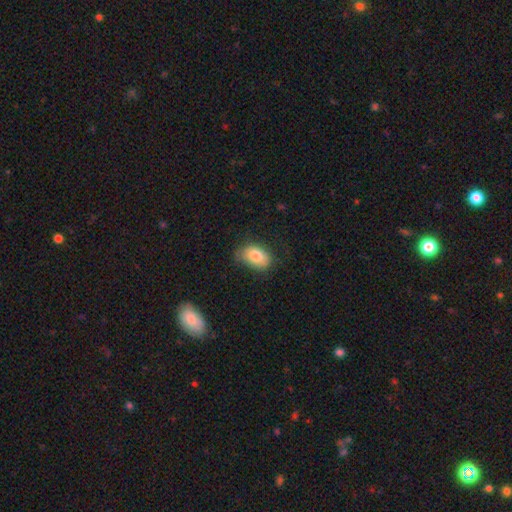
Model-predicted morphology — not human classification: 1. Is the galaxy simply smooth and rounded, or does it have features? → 82% smooth, 10% featured or disk, 7% star or artifact.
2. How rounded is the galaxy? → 89% in between, 10% round, 1% cigar-shaped.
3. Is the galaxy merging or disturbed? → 66% none, 26% minor disturbance, 6% major disturbance, 1% merger.